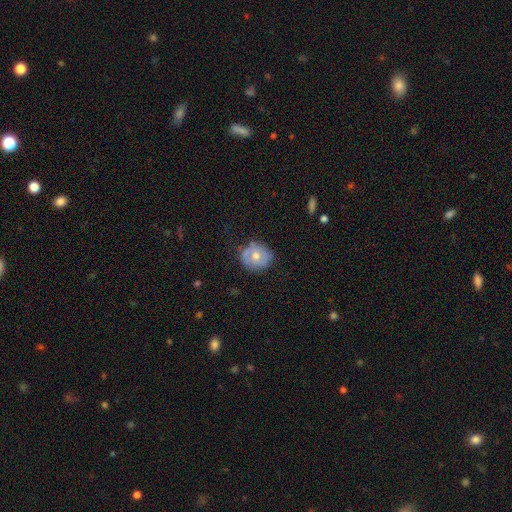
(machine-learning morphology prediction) Smooth or featured?
  - smooth: 47% *
  - featured or disk: 46%
  - star or artifact: 7%
Merging?
  - none: 72% *
  - minor disturbance: 20%
  - major disturbance: 5%
  - merger: 2%